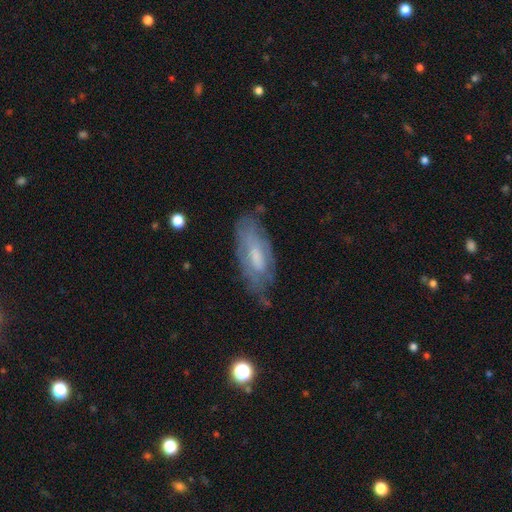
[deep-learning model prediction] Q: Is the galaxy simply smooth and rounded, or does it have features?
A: featured or disk — 51%.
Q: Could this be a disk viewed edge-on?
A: no — 81%.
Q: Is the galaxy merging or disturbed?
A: none — 62%.